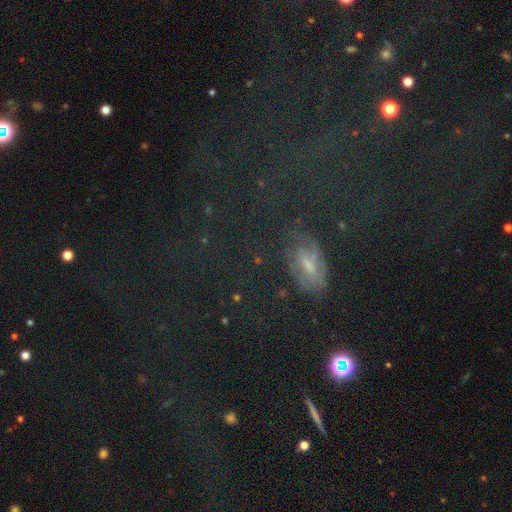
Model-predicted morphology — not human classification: This appears to be a star or artifact, not a galaxy (45%).